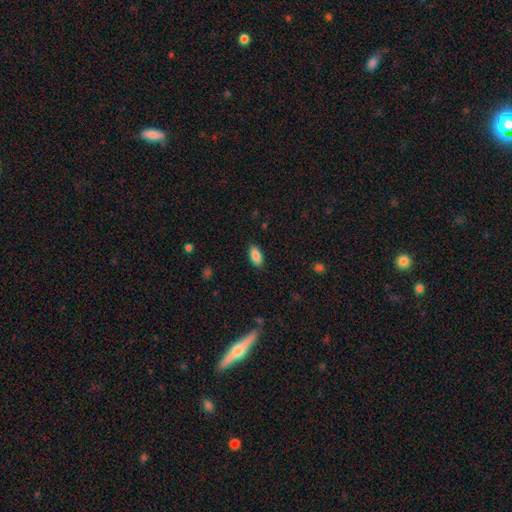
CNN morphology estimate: This is clearly a smooth galaxy (88%). How rounded: clearly in between (91%). Merging: clearly none (87%).